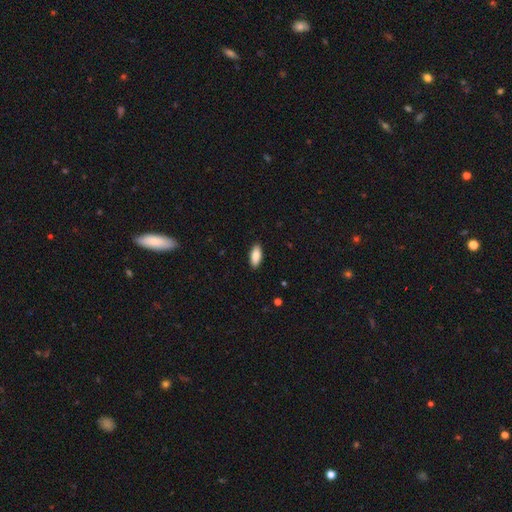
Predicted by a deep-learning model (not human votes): A smooth galaxy with no disk features (87%) that is in between round and cigar-shaped (87%).

Vote fractions:
- Smooth or featured? smooth: 87% / featured or disk: 7% / star or artifact: 6%
- How rounded? in between: 87% / cigar-shaped: 12% / round: 2%
- Merging? none: 90% / minor disturbance: 8% / major disturbance: 2% / merger: 1%